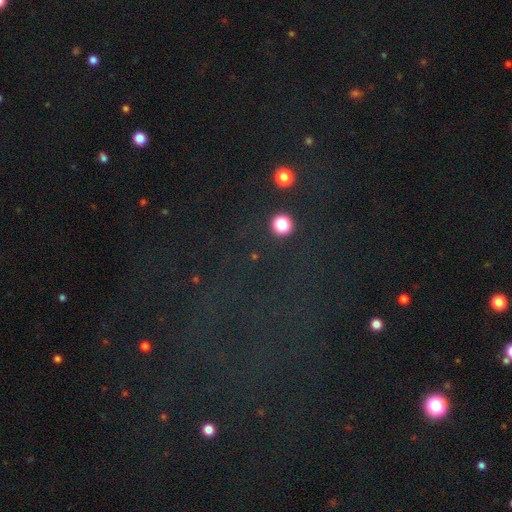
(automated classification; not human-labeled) This is likely a star or artifact rather than a galaxy (70%).